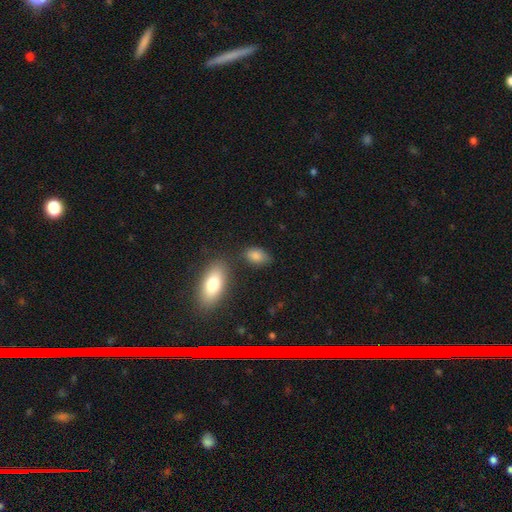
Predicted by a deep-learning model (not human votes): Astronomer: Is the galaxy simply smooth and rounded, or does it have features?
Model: smooth — 84%.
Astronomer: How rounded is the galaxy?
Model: in between — 90%.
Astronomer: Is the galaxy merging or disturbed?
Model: none — 68%.